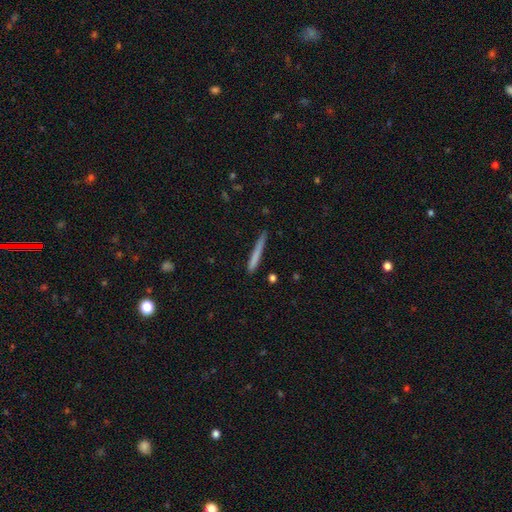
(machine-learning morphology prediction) Overall: smooth (72%). How rounded: cigar-shaped (97%). Merging: none (84%).